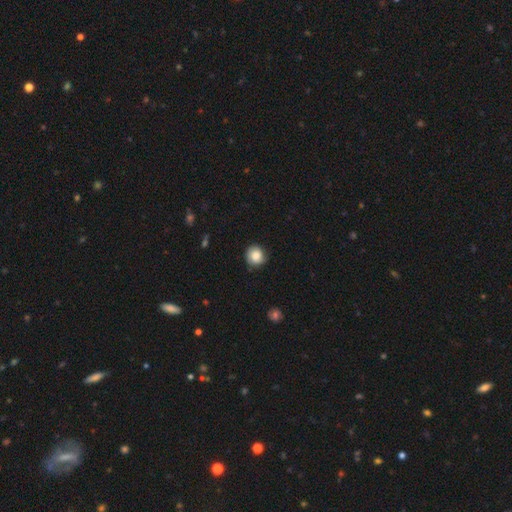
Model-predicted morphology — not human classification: Q: Smooth or featured?
A: smooth (82%); runner-up: featured or disk (9%)
Q: How rounded?
A: round (89%); runner-up: in between (10%)
Q: Merging?
A: none (80%); runner-up: minor disturbance (16%)